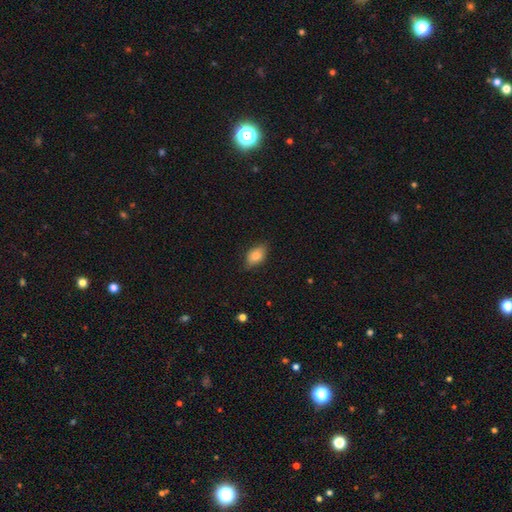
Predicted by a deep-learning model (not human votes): Smooth or featured?
  - smooth: 79% *
  - featured or disk: 14%
  - star or artifact: 8%
How rounded?
  - in between: 87% *
  - round: 9%
  - cigar-shaped: 3%
Merging?
  - none: 78% *
  - minor disturbance: 18%
  - major disturbance: 3%
  - merger: 1%